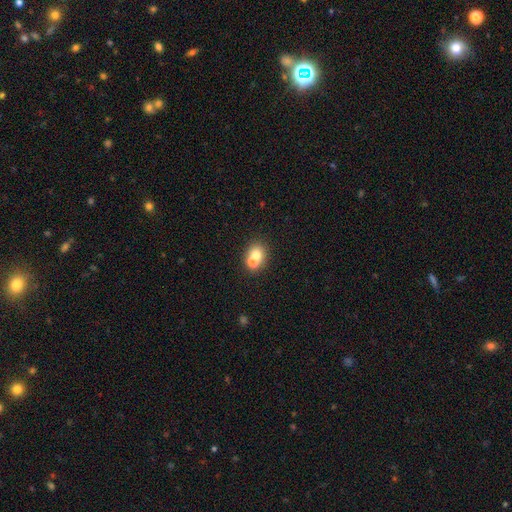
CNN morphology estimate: A smooth galaxy with no disk features (69%) that is round (66%). Merging: merger (55%).